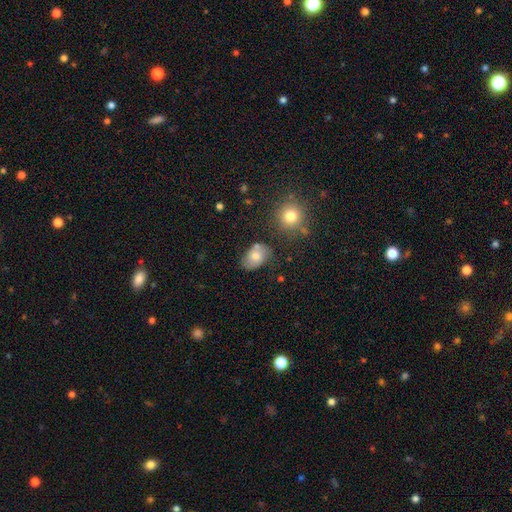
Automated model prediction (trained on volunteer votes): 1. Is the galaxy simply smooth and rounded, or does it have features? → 68% smooth, 22% featured or disk, 10% star or artifact.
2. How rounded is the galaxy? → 79% in between, 20% round, 1% cigar-shaped.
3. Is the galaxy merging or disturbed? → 65% none, 21% minor disturbance, 9% merger, 6% major disturbance.